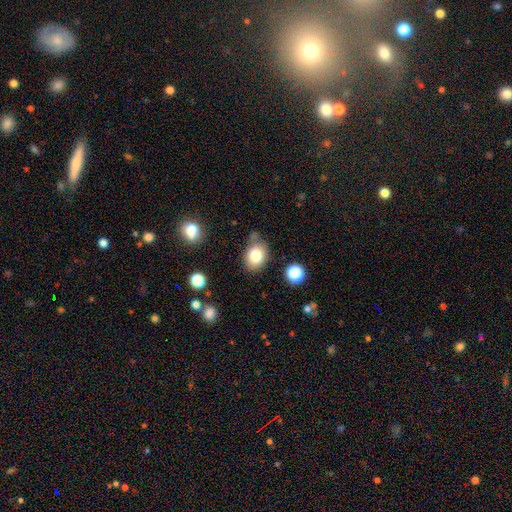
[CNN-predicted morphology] Smooth or featured? smooth (80%)
How rounded? in between (61%)
Merging? none (70%)